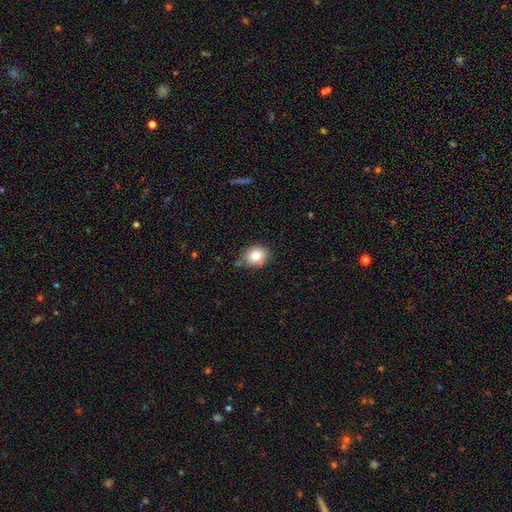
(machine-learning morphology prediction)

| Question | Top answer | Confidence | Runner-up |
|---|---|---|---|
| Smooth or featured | smooth | 82% | star or artifact (9%) |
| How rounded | round | 60% | in between (39%) |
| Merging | none | 74% | minor disturbance (19%) |